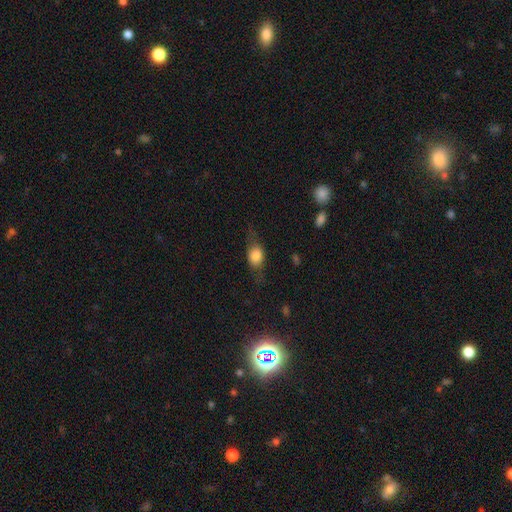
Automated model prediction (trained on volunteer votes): This is likely a smooth galaxy (63%). How rounded: possibly in between (57%). Merging: likely none (63%).